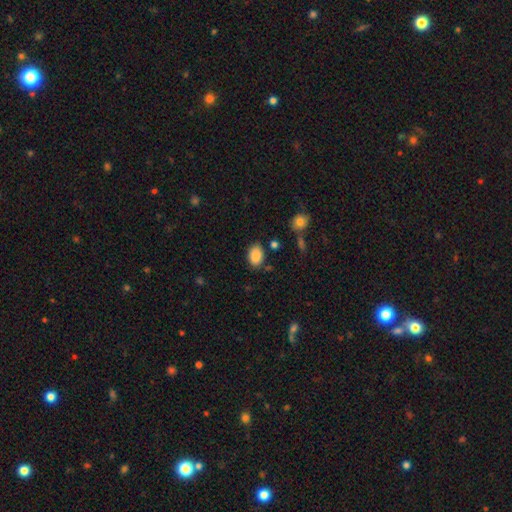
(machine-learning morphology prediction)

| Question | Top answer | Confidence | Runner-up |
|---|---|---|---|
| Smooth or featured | smooth | 87% | star or artifact (8%) |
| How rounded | in between | 80% | round (19%) |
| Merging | none | 81% | minor disturbance (13%) |